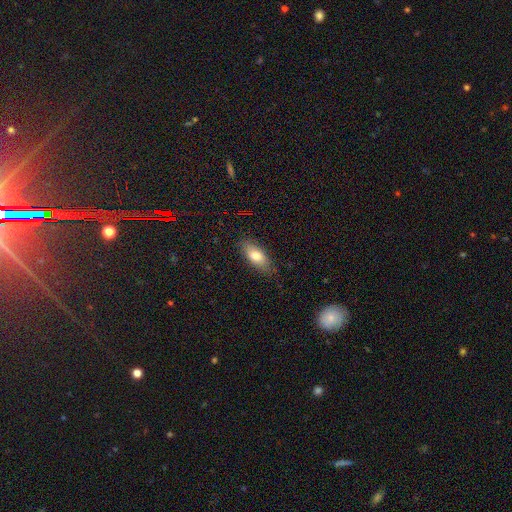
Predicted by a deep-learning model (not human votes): Overall: smooth (74%). How rounded: in between (82%). Merging: none (80%).